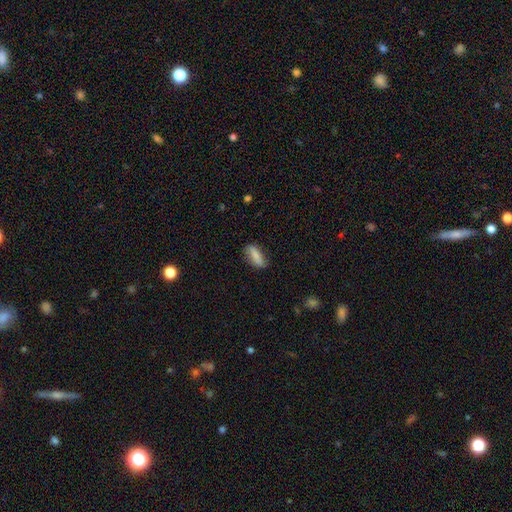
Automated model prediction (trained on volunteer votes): smooth 76%, featured or disk 17%, star or artifact 7%. Down the decision tree: how rounded — in between (62%); merging — none (78%).